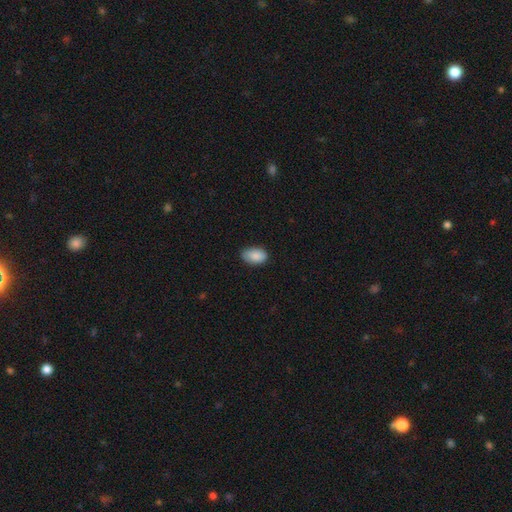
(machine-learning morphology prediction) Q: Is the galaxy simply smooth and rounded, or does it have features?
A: smooth — 89%.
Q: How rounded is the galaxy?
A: in between — 91%.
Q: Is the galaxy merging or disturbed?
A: none — 79%.